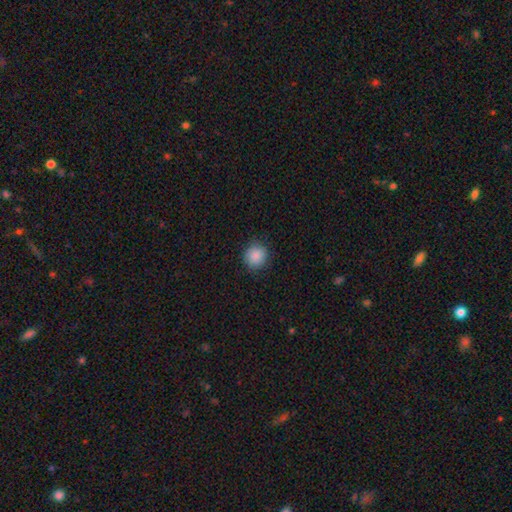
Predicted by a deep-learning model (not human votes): A smooth galaxy with no disk features (88%) that is round (91%). Merging: none (88%).